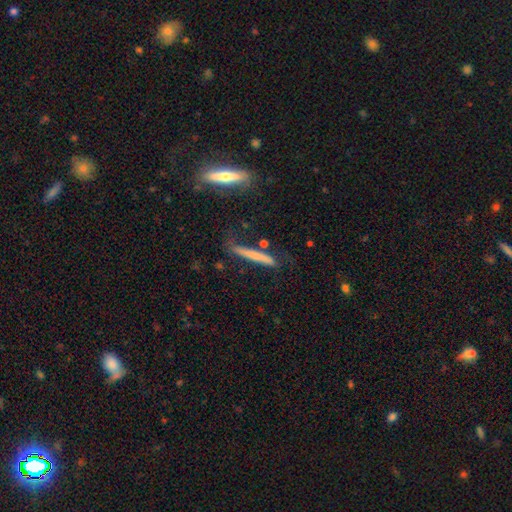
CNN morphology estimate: Smooth or featured? smooth (55%)
How rounded? cigar-shaped (94%)
Merging? none (66%)